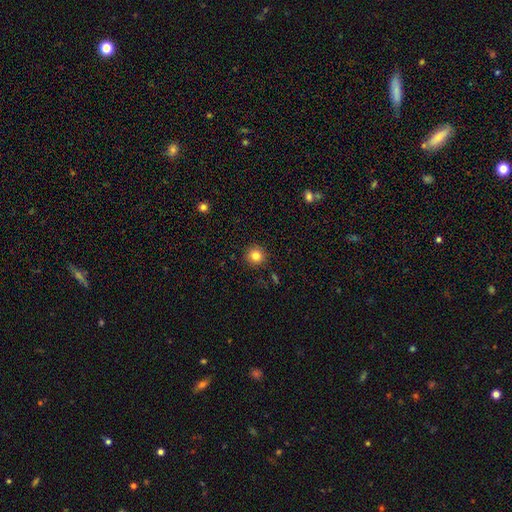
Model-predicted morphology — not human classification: smooth-or-featured: smooth: 83% | star or artifact: 11% | featured or disk: 6%
  how-rounded: round: 93% | in between: 6% | cigar-shaped: 1%
  merging: none: 90% | minor disturbance: 6% | major disturbance: 2% | merger: 1%